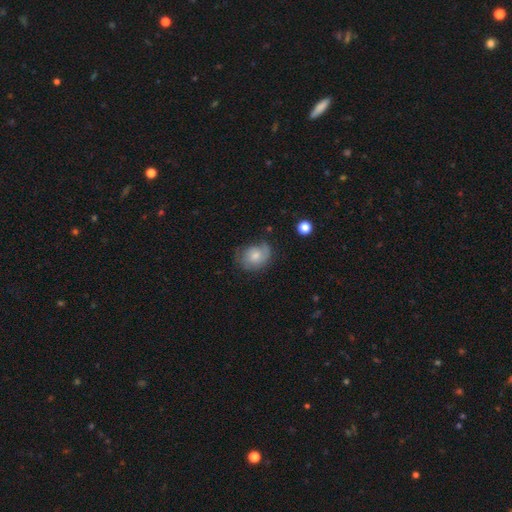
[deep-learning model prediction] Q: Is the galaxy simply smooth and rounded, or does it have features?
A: smooth — 58%.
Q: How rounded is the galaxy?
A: in between — 52%.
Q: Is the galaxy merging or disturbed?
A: none — 53%.